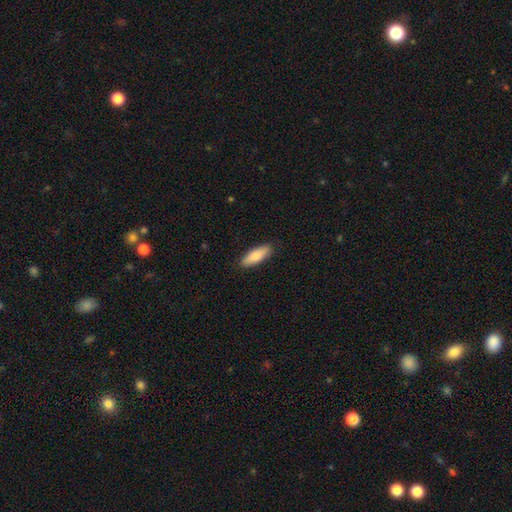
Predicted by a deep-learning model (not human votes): This appears to be a smooth galaxy with no disk features (84%) that is in between round and cigar-shaped (54%). Merging: none (89%).